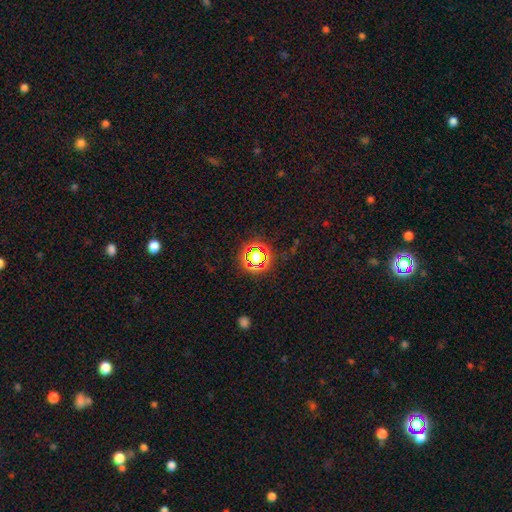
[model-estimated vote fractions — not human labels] Smooth or featured? Predicted: star or artifact (p=0.59).